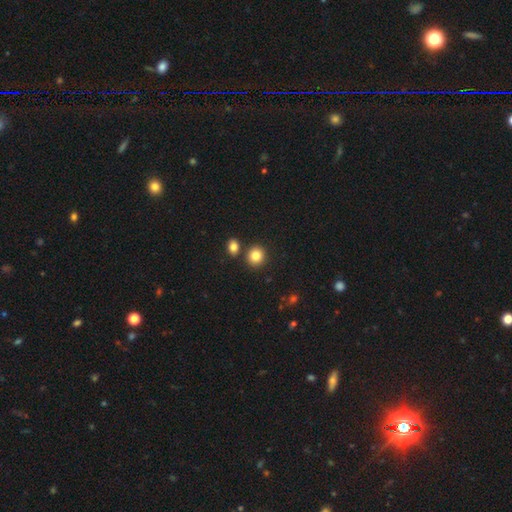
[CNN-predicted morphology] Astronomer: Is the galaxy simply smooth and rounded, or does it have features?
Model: smooth — 84%.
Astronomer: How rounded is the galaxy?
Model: round — 85%.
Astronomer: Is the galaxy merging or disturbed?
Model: none — 79%.